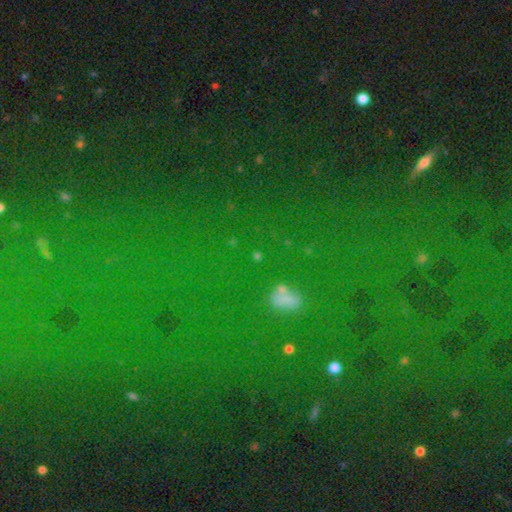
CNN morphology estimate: type=star or artifact (64%).